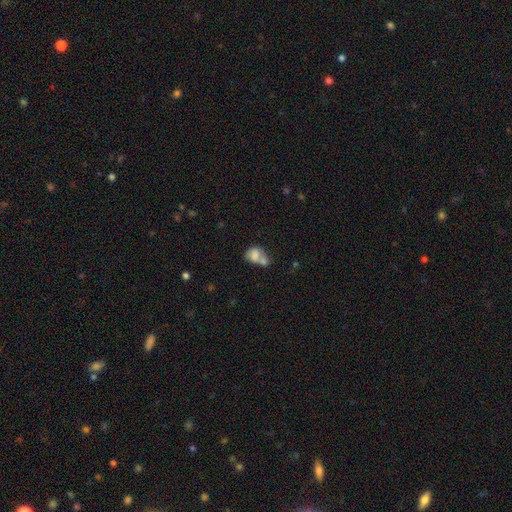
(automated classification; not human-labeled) Smooth or featured? smooth (70%)
How rounded? in between (63%)
Merging? merger (62%)